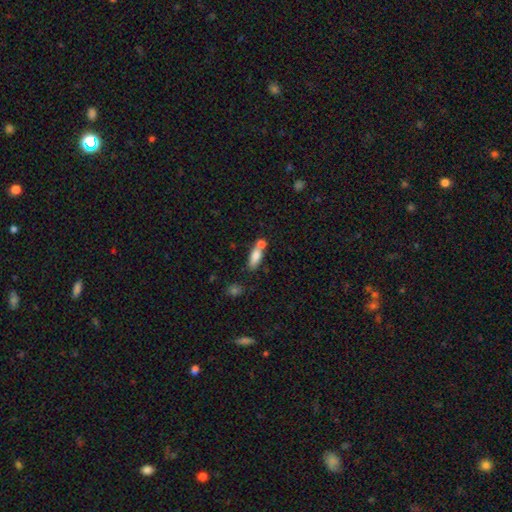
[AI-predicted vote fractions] smooth 78%, featured or disk 14%, star or artifact 8%. Down the decision tree: how rounded — in between (66%); merging — none (42%).